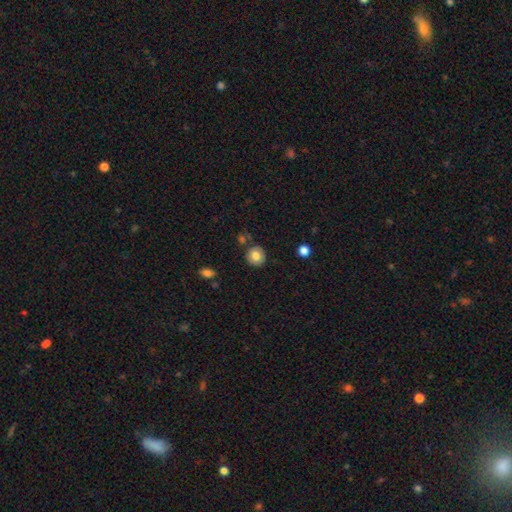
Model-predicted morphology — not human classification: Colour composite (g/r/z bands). It shows a smooth galaxy with no disk features (81%) that is round (90%). Merging: none (82%).